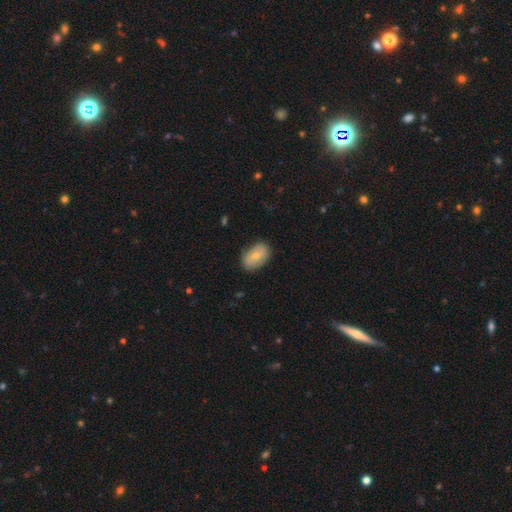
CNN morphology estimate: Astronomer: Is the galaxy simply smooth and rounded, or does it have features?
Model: smooth — 69%.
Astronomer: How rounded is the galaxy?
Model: in between — 89%.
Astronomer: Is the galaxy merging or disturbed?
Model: none — 80%.